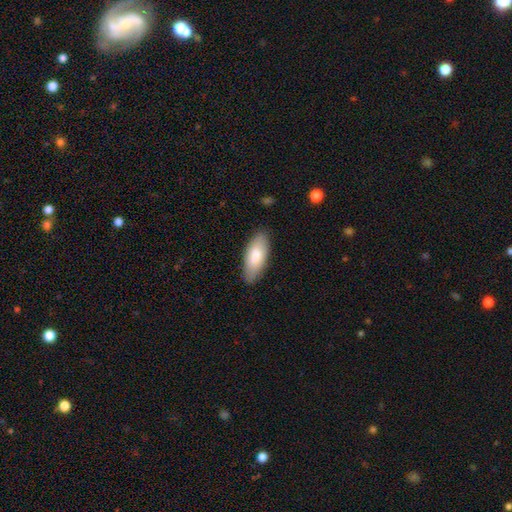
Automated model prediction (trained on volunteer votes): Smooth or featured? smooth (82%)
How rounded? in between (80%)
Merging? none (85%)